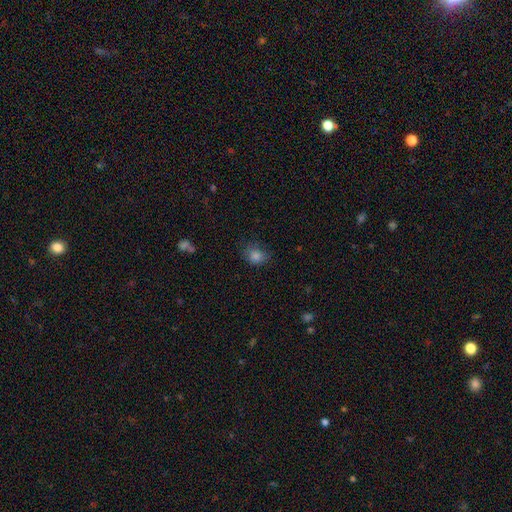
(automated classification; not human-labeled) This appears to be a smooth galaxy with no disk features (81%) that is round (63%). Merging: none (66%).